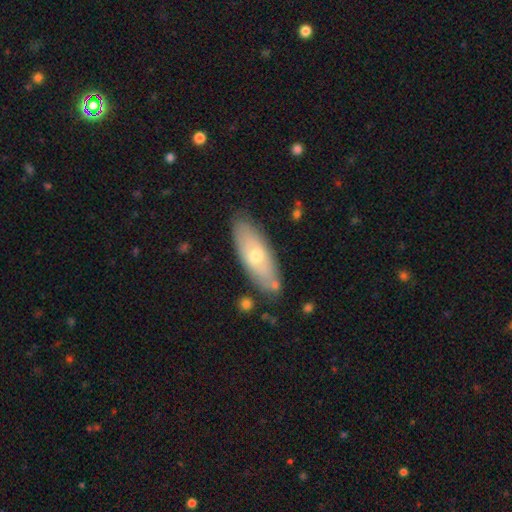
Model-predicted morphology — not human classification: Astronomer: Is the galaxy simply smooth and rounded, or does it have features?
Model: smooth — 54% (runner-up: featured or disk, 40%).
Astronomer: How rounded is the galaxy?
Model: in between — 67%.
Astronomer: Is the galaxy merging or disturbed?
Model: none — 80%.